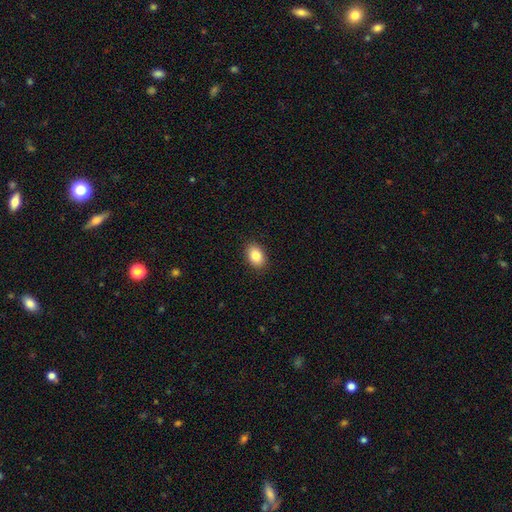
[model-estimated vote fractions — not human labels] A smooth galaxy with no disk features (85%) that is in between round and cigar-shaped (82%). Merging: none (90%).